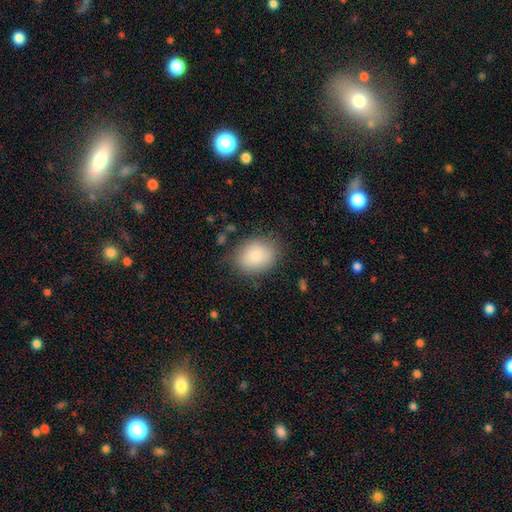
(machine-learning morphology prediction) smooth_or_featured: smooth (p=0.84) [alt: featured or disk p=0.08]
how_rounded: in between (p=0.59) [alt: round p=0.40]
merging: none (p=0.75) [alt: minor disturbance p=0.17]